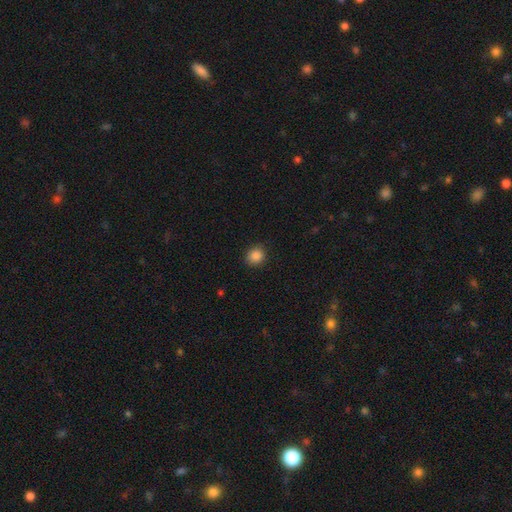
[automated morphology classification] This is clearly a smooth galaxy (87%). How rounded: clearly round (82%). Merging: clearly none (87%).